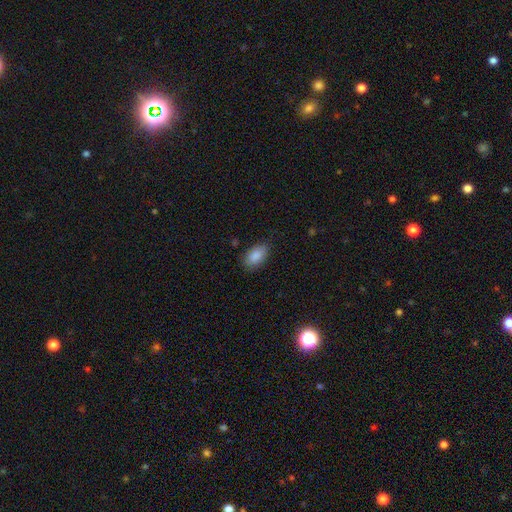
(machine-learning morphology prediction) Q: Smooth or featured?
A: smooth (88%); runner-up: star or artifact (7%)
Q: How rounded?
A: in between (92%); runner-up: round (6%)
Q: Merging?
A: none (80%); runner-up: minor disturbance (16%)